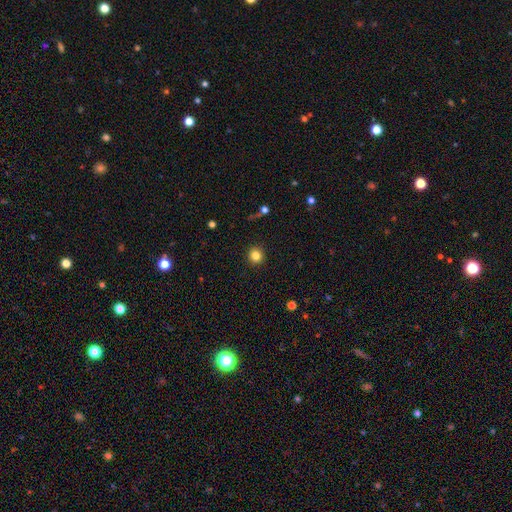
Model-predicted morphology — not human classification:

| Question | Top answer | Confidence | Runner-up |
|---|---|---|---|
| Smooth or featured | smooth | 82% | star or artifact (12%) |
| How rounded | round | 94% | in between (5%) |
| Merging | none | 93% | minor disturbance (5%) |